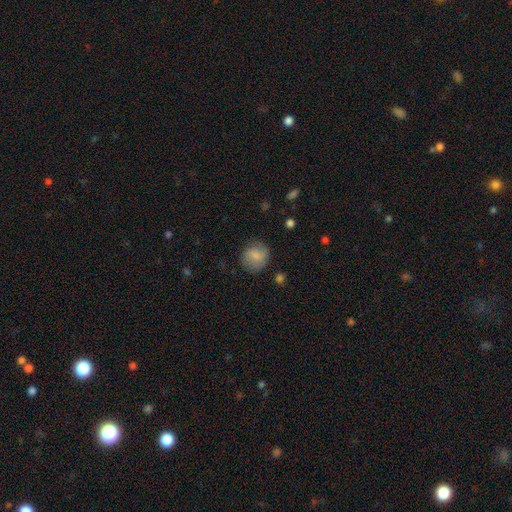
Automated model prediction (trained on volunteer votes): A smooth galaxy with no disk features (80%) that is round (86%).

Vote fractions:
- Smooth or featured? smooth: 80% / featured or disk: 12% / star or artifact: 8%
- How rounded? round: 86% / in between: 13% / cigar-shaped: 1%
- Merging? none: 78% / minor disturbance: 16% / major disturbance: 5% / merger: 1%